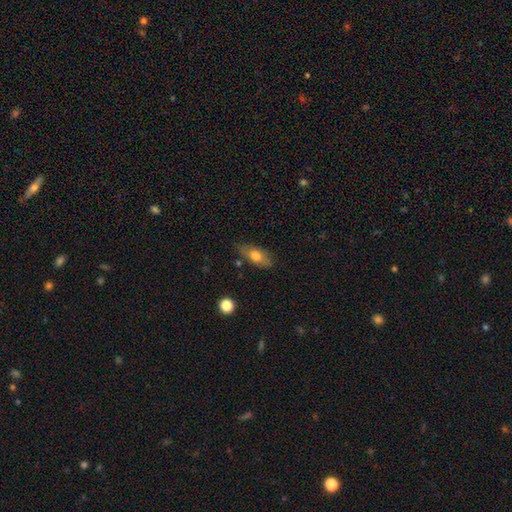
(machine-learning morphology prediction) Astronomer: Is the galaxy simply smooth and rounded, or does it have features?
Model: smooth — 68%.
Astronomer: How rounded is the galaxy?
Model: in between — 82%.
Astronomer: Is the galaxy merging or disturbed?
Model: none — 70%.